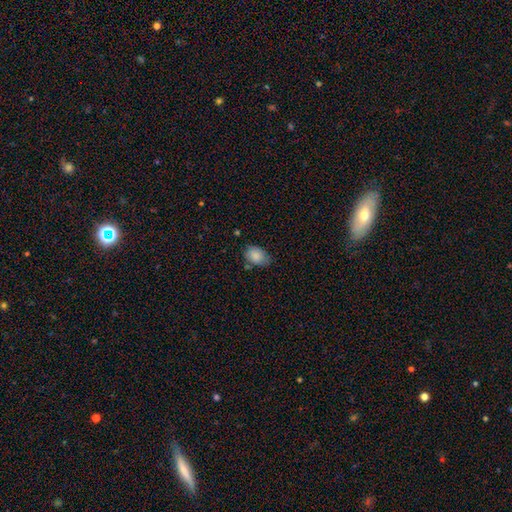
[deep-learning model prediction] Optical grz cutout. It shows a smooth galaxy with no disk features (86%) that is in between round and cigar-shaped (81%). Merging: none (64%).